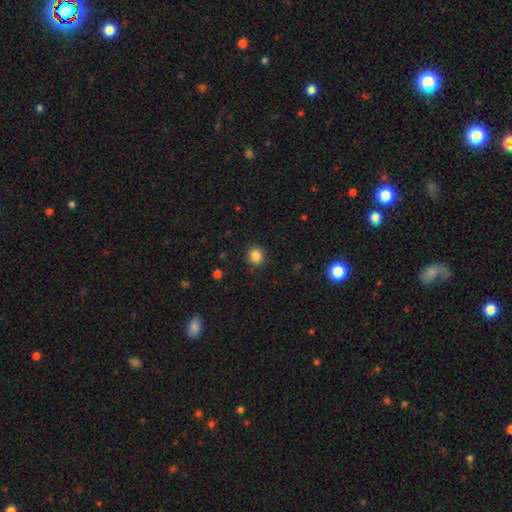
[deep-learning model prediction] Overall: smooth (85%). How rounded: round (87%). Merging: none (89%).